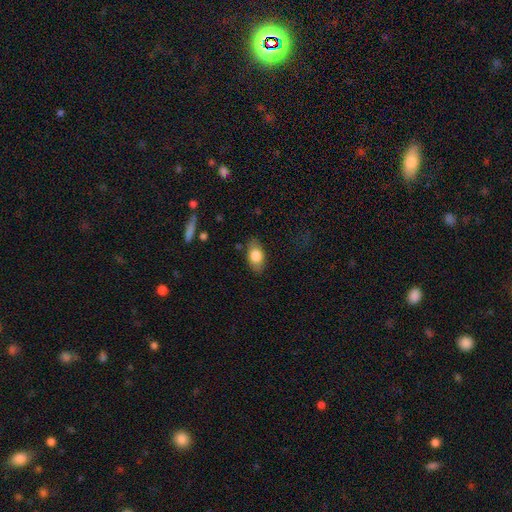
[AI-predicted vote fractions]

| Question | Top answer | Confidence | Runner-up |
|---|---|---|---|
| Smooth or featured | smooth | 78% | featured or disk (15%) |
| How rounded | in between | 90% | round (7%) |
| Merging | none | 82% | minor disturbance (13%) |